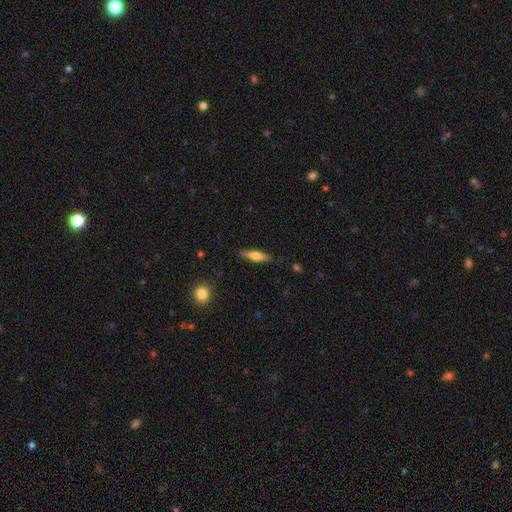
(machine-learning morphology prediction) Q: Smooth or featured?
A: featured or disk (47%); tied with: smooth (47%)
Q: Merging?
A: none (86%); runner-up: minor disturbance (10%)